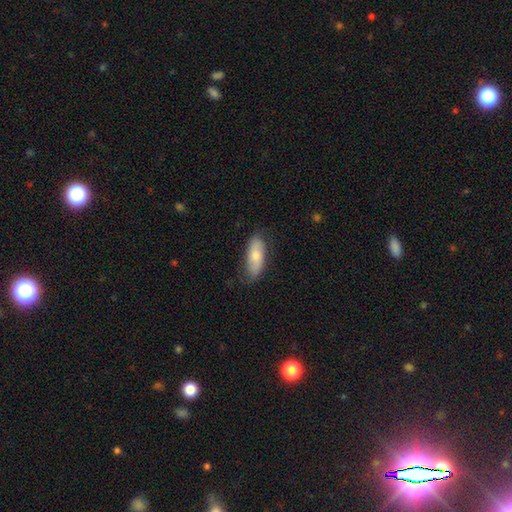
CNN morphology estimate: type=smooth (65%); roundness=in between (80%); merging=none (73%).